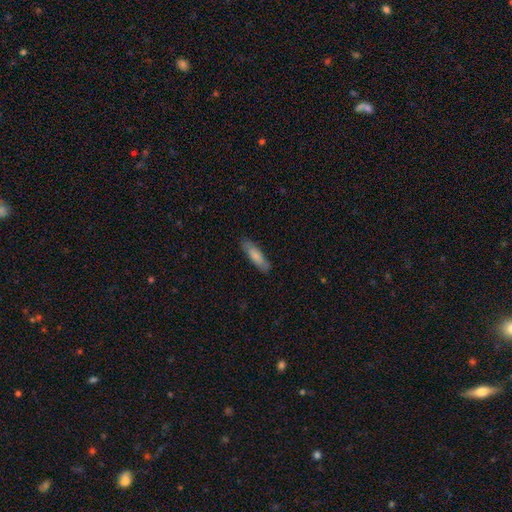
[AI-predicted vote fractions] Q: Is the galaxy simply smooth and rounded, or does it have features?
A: smooth — 81%.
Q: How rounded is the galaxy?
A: cigar-shaped — 65%.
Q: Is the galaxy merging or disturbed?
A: none — 85%.